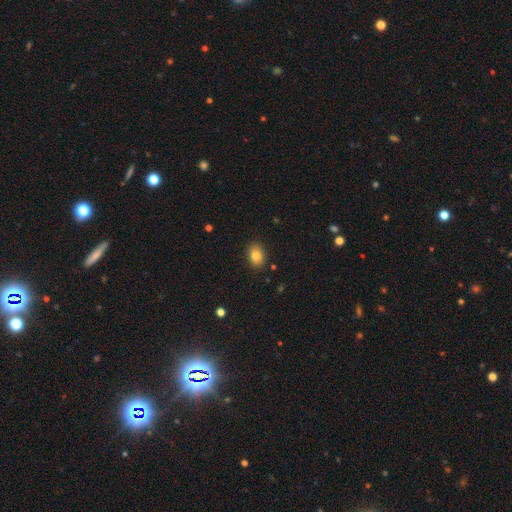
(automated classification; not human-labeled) smooth_or_featured: smooth (p=0.84) [alt: star or artifact p=0.09]
how_rounded: in between (p=0.75) [alt: round p=0.24]
merging: none (p=0.88) [alt: minor disturbance p=0.09]